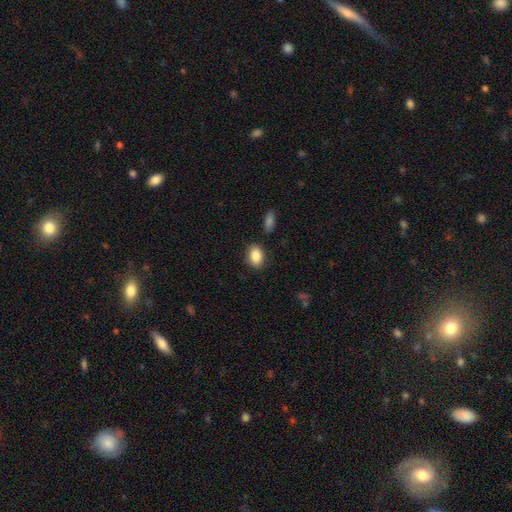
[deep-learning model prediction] Smooth or featured? Predicted: smooth (p=0.87). How rounded? Predicted: in between (p=0.80). Merging? Predicted: none (p=0.85).